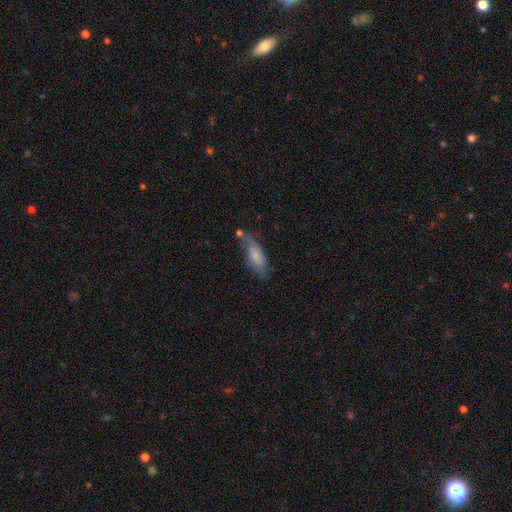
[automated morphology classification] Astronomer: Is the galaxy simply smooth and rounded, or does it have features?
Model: smooth — 72%.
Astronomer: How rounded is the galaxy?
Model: in between — 67%.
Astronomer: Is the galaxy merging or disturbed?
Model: none — 46% (runner-up: minor disturbance, 28%).